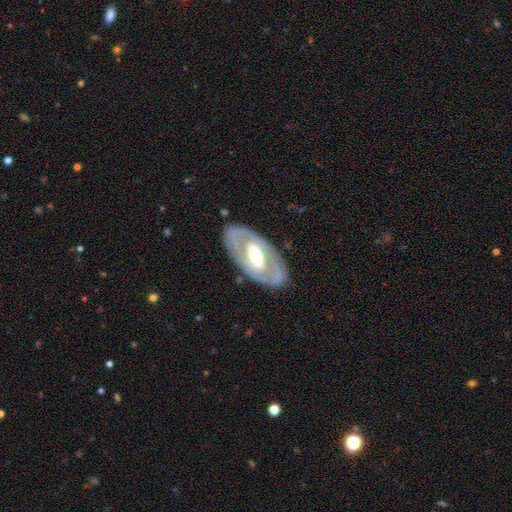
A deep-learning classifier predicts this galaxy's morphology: Smooth or featured?
  - featured or disk: 73% *
  - smooth: 22%
  - star or artifact: 5%
Edge-on disk?
  - no: 90% *
  - yes: 10%
Bar?
  - no: 38% *
  - weak: 33%
  - strong: 28%
Spiral arms?
  - no: 54% *
  - yes: 46%
Bulge size?
  - moderate: 66% *
  - large: 18%
  - small: 13%
  - dominant: 1%
  - none: 1%
Merging?
  - none: 82% *
  - minor disturbance: 12%
  - major disturbance: 5%
  - merger: 1%